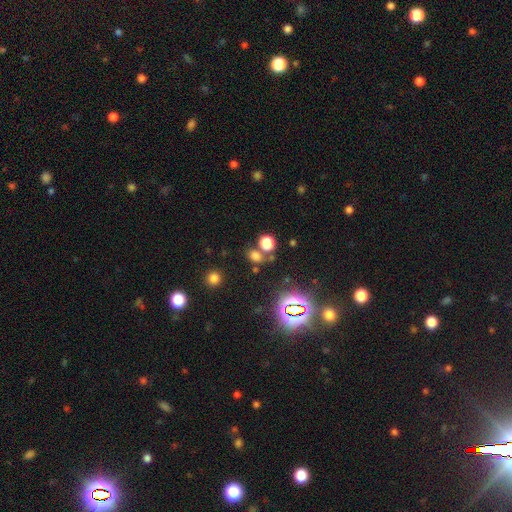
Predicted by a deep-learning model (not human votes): Smooth or featured: smooth — 62% (star or artifact — 31%)
How rounded: round — 51% (in between — 47%)
Merging: none — 65% (merger — 20%)